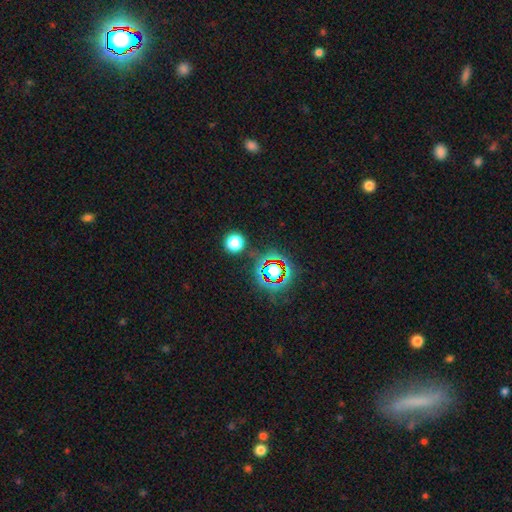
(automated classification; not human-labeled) Smooth or featured?
  - star or artifact: 65% *
  - smooth: 23%
  - featured or disk: 12%